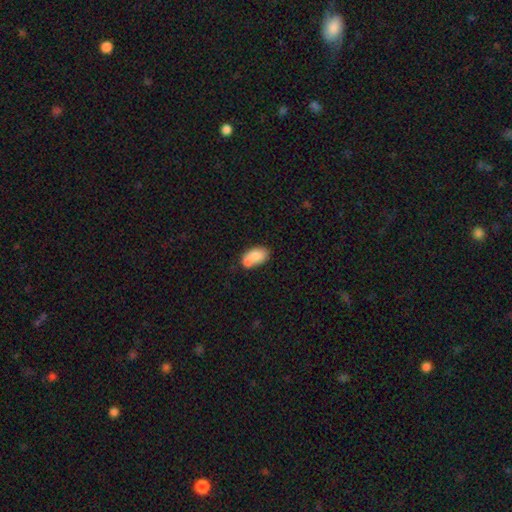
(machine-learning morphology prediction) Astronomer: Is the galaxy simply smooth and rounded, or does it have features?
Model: smooth — 74%.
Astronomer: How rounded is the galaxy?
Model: in between — 86%.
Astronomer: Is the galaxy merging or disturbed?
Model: merger — 52% (runner-up: none, 31%).